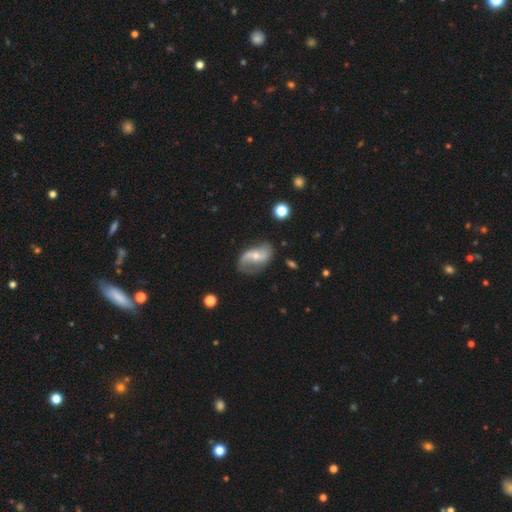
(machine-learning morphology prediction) Smooth or featured? Predicted: featured or disk (p=0.75). Edge-on disk? Predicted: no (p=0.96). Bar? Predicted: no (p=0.41). Spiral arms? Predicted: yes (p=0.90). Spiral winding? Predicted: loose (p=0.76). Spiral arm count? Predicted: 2 (p=0.84). Bulge size? Predicted: small (p=0.57). Merging? Predicted: none (p=0.61).